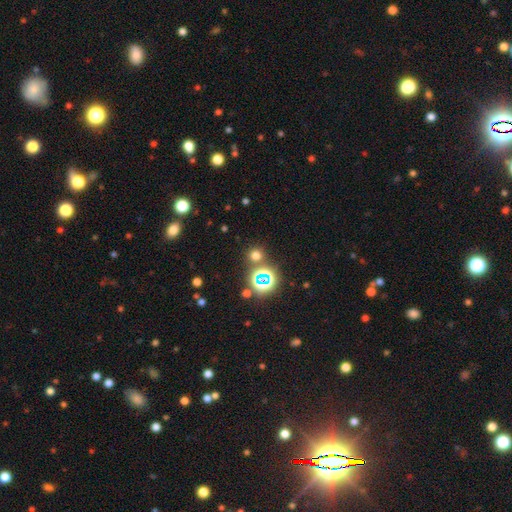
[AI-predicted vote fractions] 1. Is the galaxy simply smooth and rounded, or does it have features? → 60% smooth, 33% star or artifact, 7% featured or disk.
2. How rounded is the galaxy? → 91% round, 8% in between, 1% cigar-shaped.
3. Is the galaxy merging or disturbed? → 80% none, 10% merger, 7% minor disturbance, 3% major disturbance.